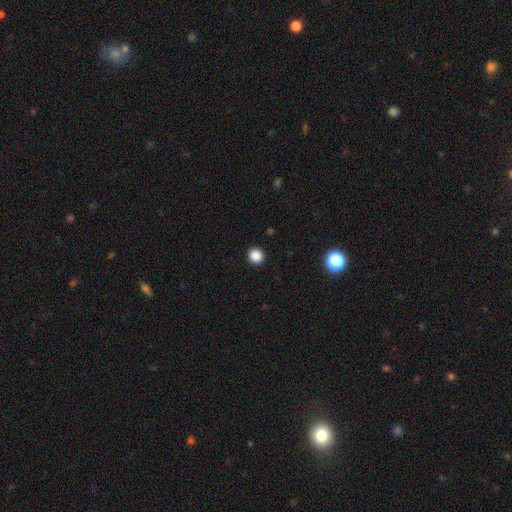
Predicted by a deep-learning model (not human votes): smooth-or-featured: smooth: 86% | star or artifact: 11% | featured or disk: 3%
  how-rounded: round: 94% | in between: 5% | cigar-shaped: 1%
  merging: none: 93% | minor disturbance: 4% | major disturbance: 2% | merger: 1%